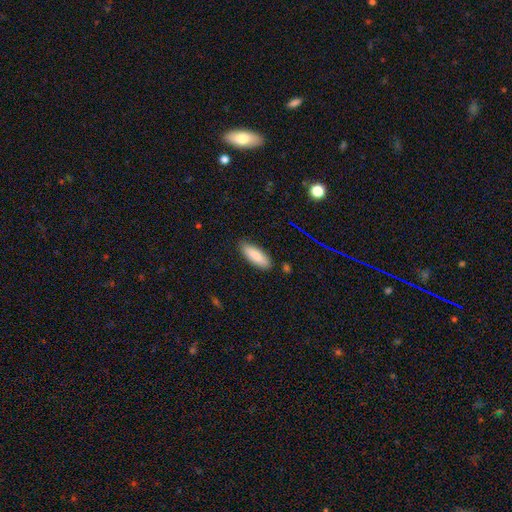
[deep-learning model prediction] Smooth or featured: smooth — 82% (featured or disk — 11%)
How rounded: in between — 71% (cigar-shaped — 27%)
Merging: none — 86% (minor disturbance — 10%)